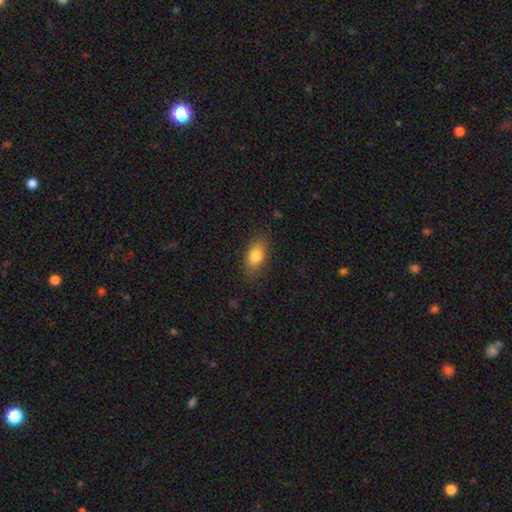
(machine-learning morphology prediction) Overall: smooth (80%). How rounded: in between (86%). Merging: none (80%).